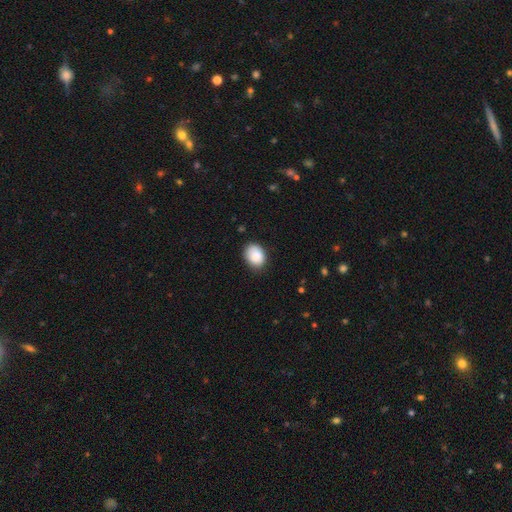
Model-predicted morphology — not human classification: This appears to be a smooth galaxy with no disk features (88%) that is in between round and cigar-shaped (67%). Merging: none (77%).